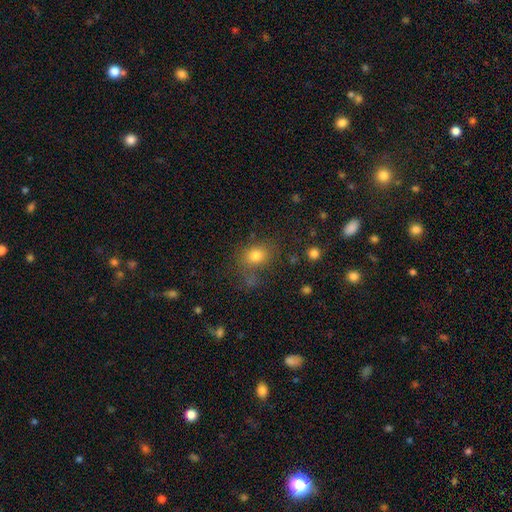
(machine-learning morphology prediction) Smooth or featured?
  - smooth: 78% *
  - star or artifact: 13%
  - featured or disk: 9%
How rounded?
  - in between: 54% *
  - round: 45%
  - cigar-shaped: 1%
Merging?
  - none: 62% *
  - minor disturbance: 19%
  - major disturbance: 11%
  - merger: 8%